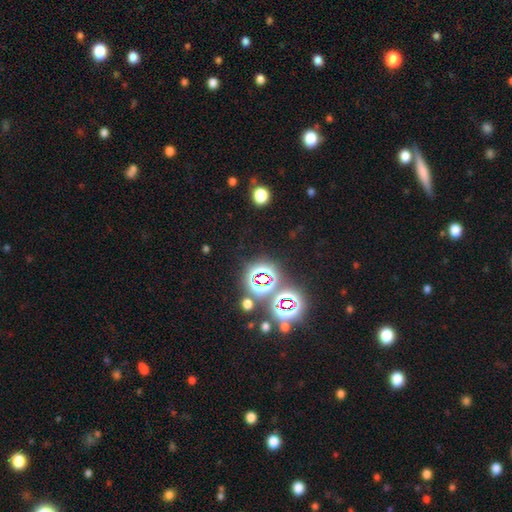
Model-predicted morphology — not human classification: This appears to be a star or artifact, not a galaxy (80%).